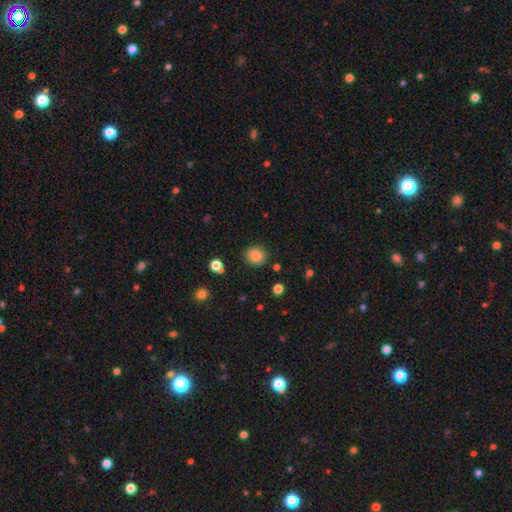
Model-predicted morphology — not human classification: Smooth or featured? smooth (83%)
How rounded? round (88%)
Merging? none (88%)